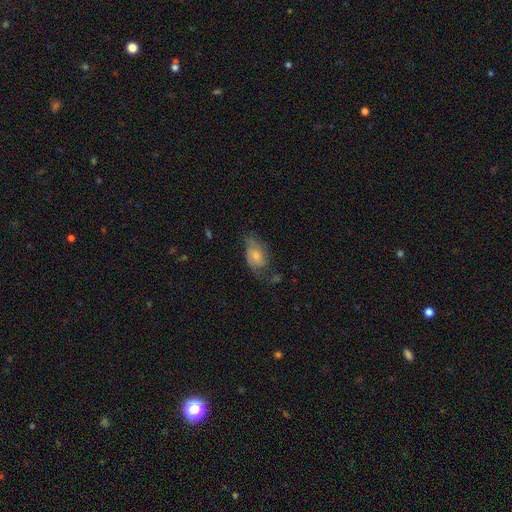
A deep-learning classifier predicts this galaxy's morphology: A featured or disk galaxy (52%).

Vote fractions:
- Smooth or featured? featured or disk: 52% / smooth: 41% / star or artifact: 7%
- Edge-on disk? no: 95% / yes: 5%
- Merging? none: 46% / minor disturbance: 31% / major disturbance: 20% / merger: 3%